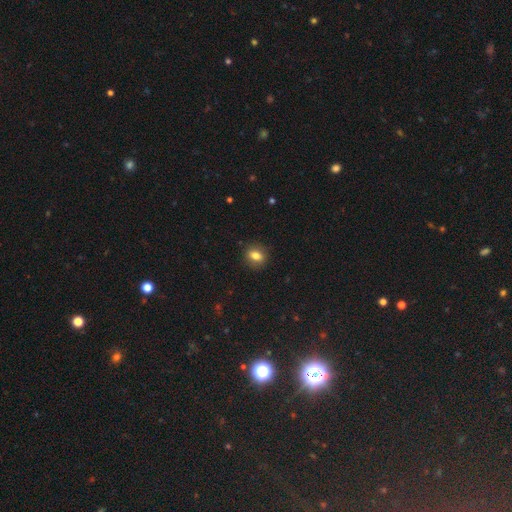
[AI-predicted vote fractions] This is likely a smooth galaxy (79%). How rounded: possibly in between (51%). Merging: clearly none (88%).